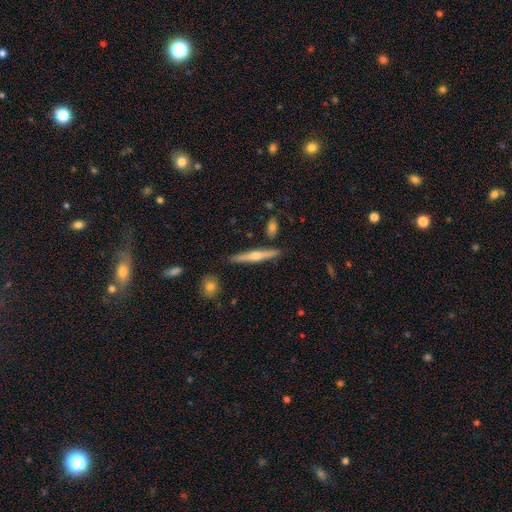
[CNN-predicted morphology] Smooth or featured? featured or disk (66%)
Edge-on disk? yes (97%)
Edge-on bulge? rounded (90%)
Merging? none (88%)